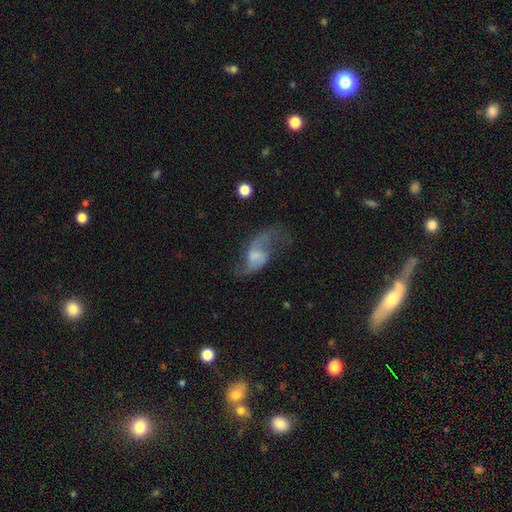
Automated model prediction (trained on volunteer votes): smooth-or-featured: featured or disk: 75% | smooth: 17% | star or artifact: 8%
  disk-edge-on: no: 95% | yes: 5%
    bar: weak: 47% | no: 42% | strong: 11%
    has-spiral-arms: yes: 91% | no: 9%
      spiral-winding: loose: 77% | medium: 19% | tight: 4%
      spiral-arm-count: 2: 84% | 1: 9% | can't tell: 4% | 3: 1% | 4: 1% | more than 4: 1%
    bulge-size: small: 35% | none: 28% | moderate: 26% | large: 9% | dominant: 2%
  merging: none: 52% | major disturbance: 25% | minor disturbance: 20% | merger: 3%